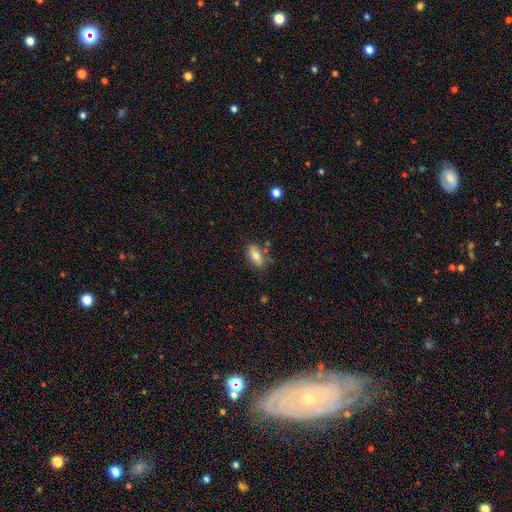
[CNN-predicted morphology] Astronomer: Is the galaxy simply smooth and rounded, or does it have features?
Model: smooth — 73%.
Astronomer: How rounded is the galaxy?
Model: in between — 87%.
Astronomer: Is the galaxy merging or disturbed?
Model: none — 74%.